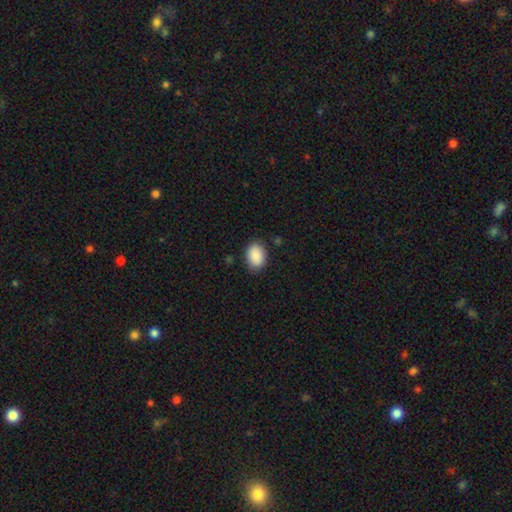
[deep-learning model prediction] Q: Smooth or featured?
A: smooth (89%); runner-up: star or artifact (7%)
Q: How rounded?
A: in between (75%); runner-up: round (24%)
Q: Merging?
A: none (84%); runner-up: minor disturbance (12%)